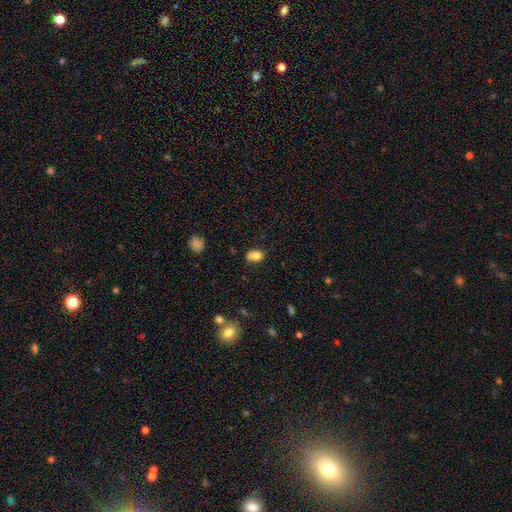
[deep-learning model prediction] A smooth galaxy with no disk features (79%) that is in between round and cigar-shaped (62%).

Vote fractions:
- Smooth or featured? smooth: 79% / star or artifact: 11% / featured or disk: 10%
- How rounded? in between: 62% / round: 37% / cigar-shaped: 1%
- Merging? none: 54% / minor disturbance: 29% / merger: 9% / major disturbance: 8%